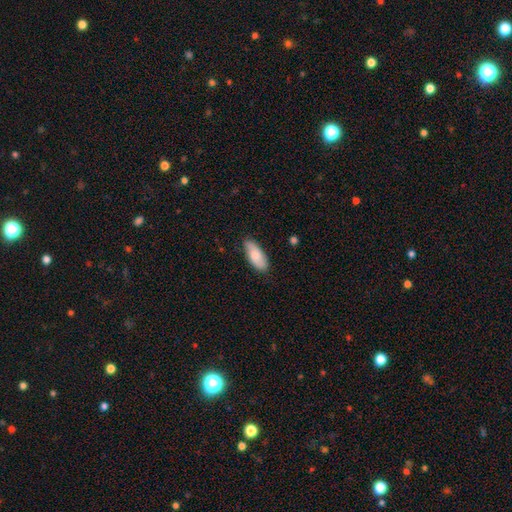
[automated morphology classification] smooth_or_featured: smooth (p=0.78) [alt: featured or disk p=0.16]
how_rounded: in between (p=0.83) [alt: cigar-shaped p=0.15]
merging: none (p=0.80) [alt: minor disturbance p=0.16]